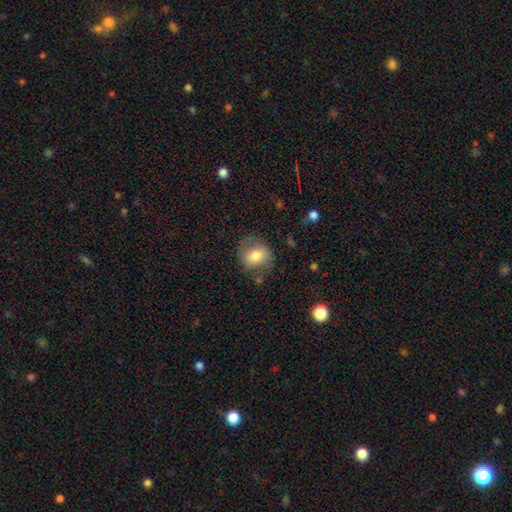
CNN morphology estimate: This is likely a smooth galaxy (70%). How rounded: likely round (63%). Merging: likely none (69%).